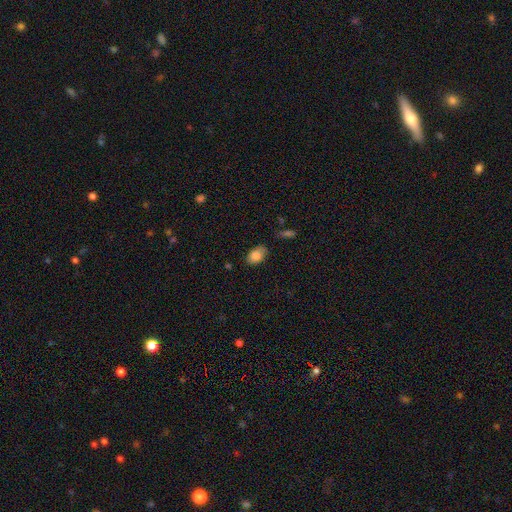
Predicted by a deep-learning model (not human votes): smooth-or-featured: smooth: 83% | featured or disk: 9% | star or artifact: 8%
  how-rounded: in between: 89% | round: 9% | cigar-shaped: 2%
  merging: none: 74% | minor disturbance: 20% | major disturbance: 4% | merger: 2%